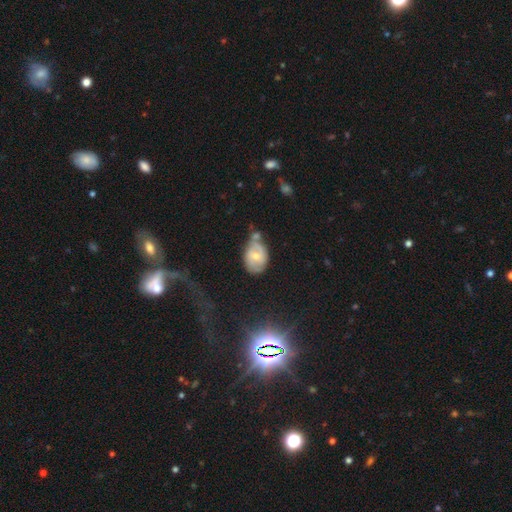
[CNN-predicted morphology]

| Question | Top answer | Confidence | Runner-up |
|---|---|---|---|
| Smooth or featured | featured or disk | 58% | smooth (34%) |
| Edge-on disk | no | 95% | yes (5%) |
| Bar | no | 48% | weak (43%) |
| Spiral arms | yes | 75% | no (25%) |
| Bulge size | moderate | 51% | small (44%) |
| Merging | none | 39% | minor disturbance (28%) |